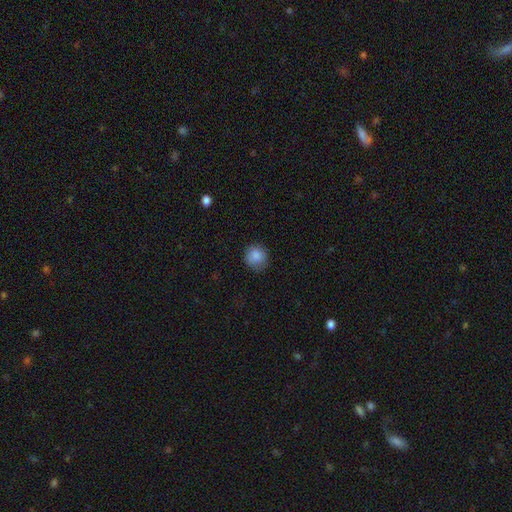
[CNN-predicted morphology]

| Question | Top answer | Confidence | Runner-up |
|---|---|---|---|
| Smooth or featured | smooth | 86% | star or artifact (9%) |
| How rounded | round | 91% | in between (8%) |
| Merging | none | 83% | minor disturbance (13%) |